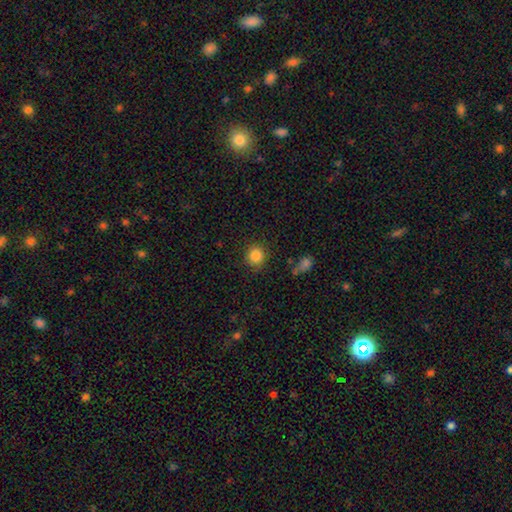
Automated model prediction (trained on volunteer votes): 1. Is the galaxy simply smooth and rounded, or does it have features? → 85% smooth, 10% star or artifact, 5% featured or disk.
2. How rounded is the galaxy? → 89% round, 10% in between, 1% cigar-shaped.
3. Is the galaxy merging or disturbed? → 86% none, 9% minor disturbance, 3% major disturbance, 2% merger.